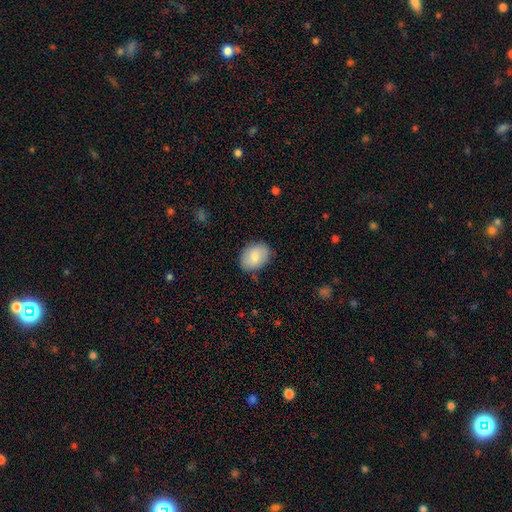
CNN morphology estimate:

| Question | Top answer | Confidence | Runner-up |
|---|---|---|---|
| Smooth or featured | smooth | 82% | featured or disk (12%) |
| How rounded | in between | 76% | round (23%) |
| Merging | none | 82% | minor disturbance (14%) |